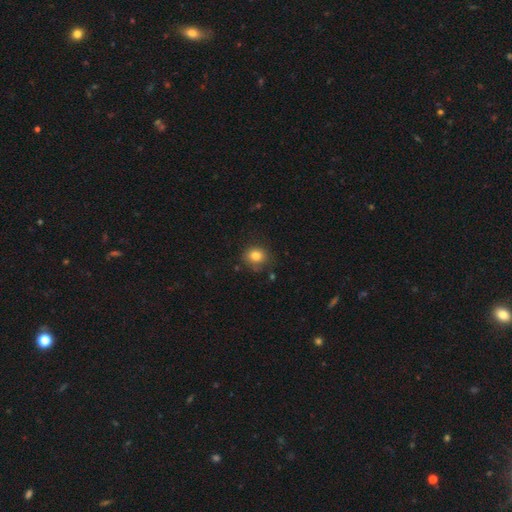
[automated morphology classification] This appears to be a smooth galaxy with no disk features (81%) that is round (77%). Merging: none (78%).